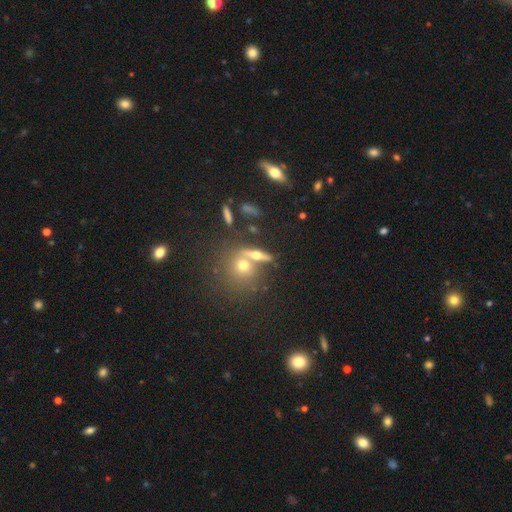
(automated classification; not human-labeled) A smooth galaxy with no disk features (45%).

Vote fractions:
- Smooth or featured? smooth: 45% / featured or disk: 37% / star or artifact: 18%
- Merging? none: 59% / merger: 26% / minor disturbance: 10% / major disturbance: 5%